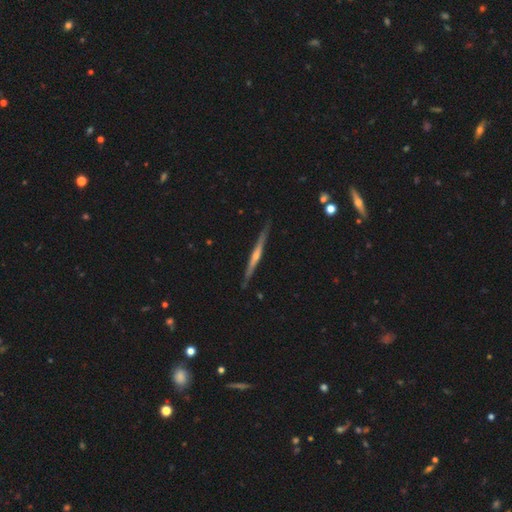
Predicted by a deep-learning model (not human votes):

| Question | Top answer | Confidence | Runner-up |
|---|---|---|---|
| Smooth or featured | featured or disk | 74% | smooth (20%) |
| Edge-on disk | yes | 98% | no (2%) |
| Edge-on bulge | rounded | 68% | none (27%) |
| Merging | none | 87% | minor disturbance (10%) |